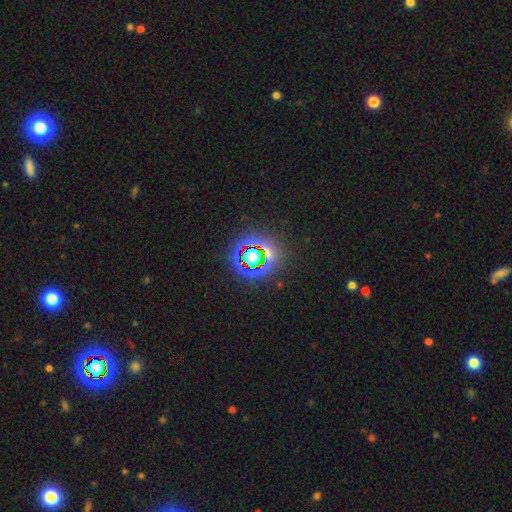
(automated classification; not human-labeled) The model was most divided on "smooth or featured": star or artifact: 66%, smooth: 23%, featured or disk: 11%.